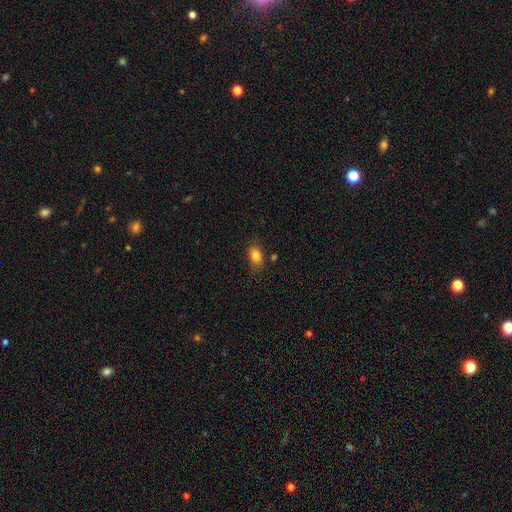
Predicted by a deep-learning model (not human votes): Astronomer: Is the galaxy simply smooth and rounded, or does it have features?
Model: smooth — 83%.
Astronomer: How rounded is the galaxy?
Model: in between — 82%.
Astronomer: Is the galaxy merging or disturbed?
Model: none — 77%.